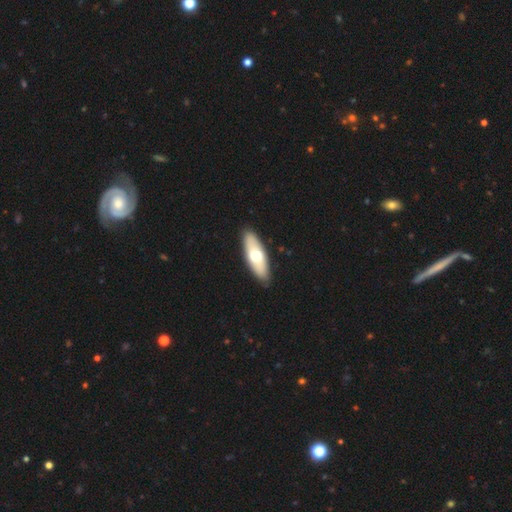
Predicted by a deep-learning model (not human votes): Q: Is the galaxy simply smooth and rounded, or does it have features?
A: smooth — 57%.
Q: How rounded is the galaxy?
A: in between — 65%.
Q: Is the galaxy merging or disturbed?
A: none — 88%.